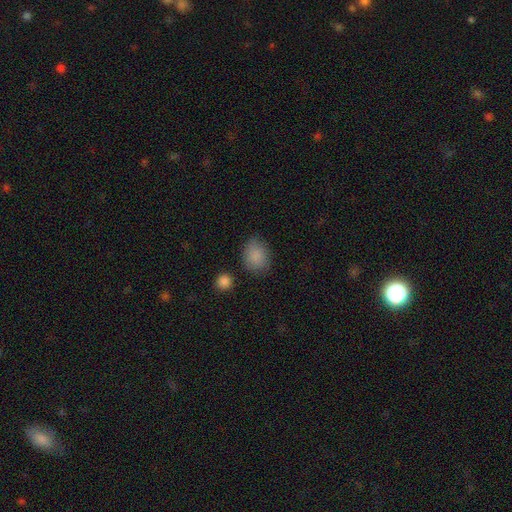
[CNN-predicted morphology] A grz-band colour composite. It shows a smooth galaxy with no disk features (86%) that is in between round and cigar-shaped (54%). Merging: none (74%).